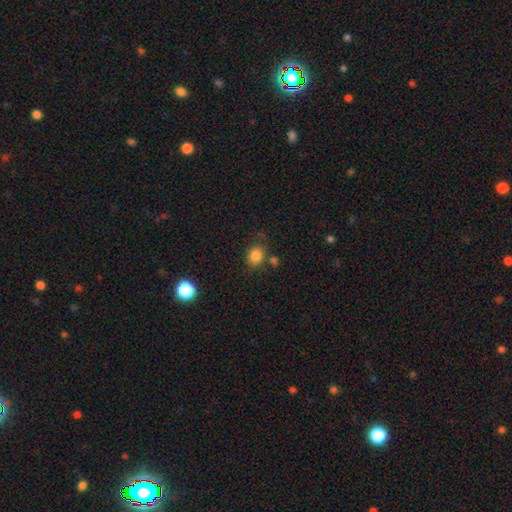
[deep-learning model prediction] Q: Smooth or featured?
A: smooth (84%); runner-up: star or artifact (11%)
Q: How rounded?
A: round (62%); runner-up: in between (37%)
Q: Merging?
A: none (70%); runner-up: minor disturbance (16%)